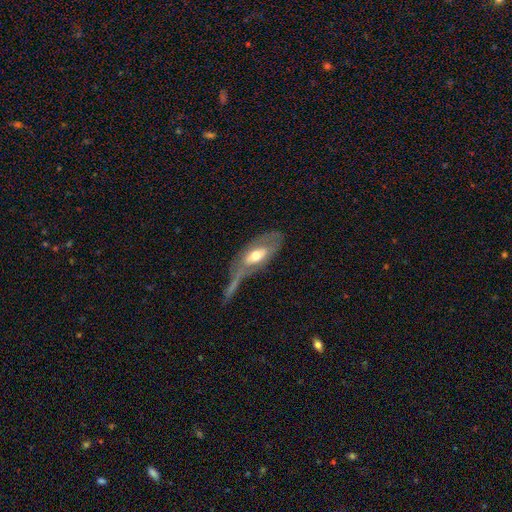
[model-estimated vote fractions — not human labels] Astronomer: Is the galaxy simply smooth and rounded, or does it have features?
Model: smooth — 48% (runner-up: featured or disk, 46%).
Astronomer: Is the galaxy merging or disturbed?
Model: none — 35% (runner-up: merger, 23%).